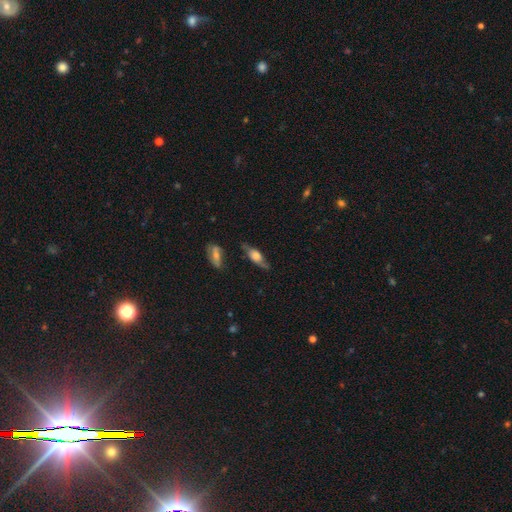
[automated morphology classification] Q: Smooth or featured?
A: featured or disk (51%); runner-up: smooth (42%)
Q: Edge-on disk?
A: yes (60%); runner-up: no (40%)
Q: Merging?
A: none (63%); runner-up: minor disturbance (24%)